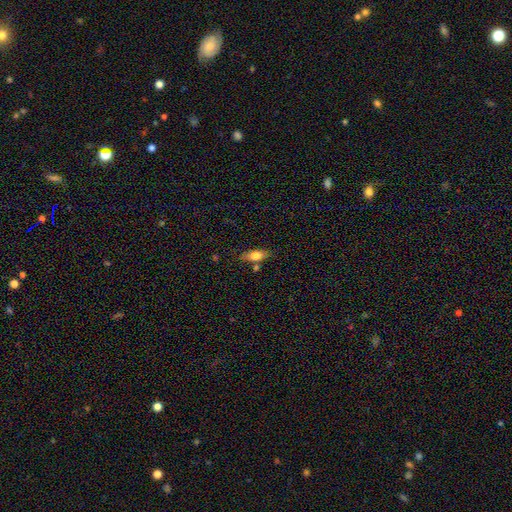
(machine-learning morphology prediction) smooth-or-featured: smooth: 70% | featured or disk: 23% | star or artifact: 7%
  how-rounded: in between: 73% | cigar-shaped: 23% | round: 4%
  merging: none: 72% | minor disturbance: 15% | merger: 9% | major disturbance: 4%